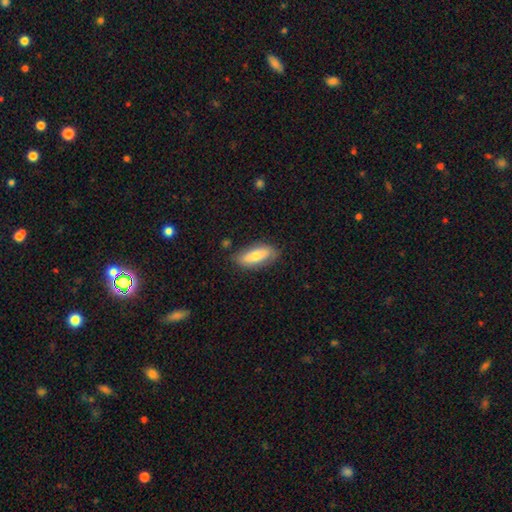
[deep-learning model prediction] Smooth or featured: smooth — 65% (featured or disk — 28%)
How rounded: in between — 73% (cigar-shaped — 24%)
Merging: none — 79% (minor disturbance — 16%)